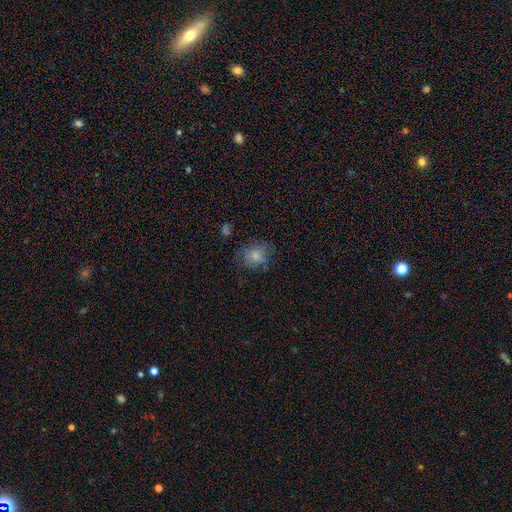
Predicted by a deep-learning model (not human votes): Smooth or featured?
  - smooth: 78% *
  - featured or disk: 11%
  - star or artifact: 10%
How rounded?
  - round: 62% *
  - in between: 37%
  - cigar-shaped: 1%
Merging?
  - none: 65% *
  - minor disturbance: 22%
  - major disturbance: 10%
  - merger: 3%